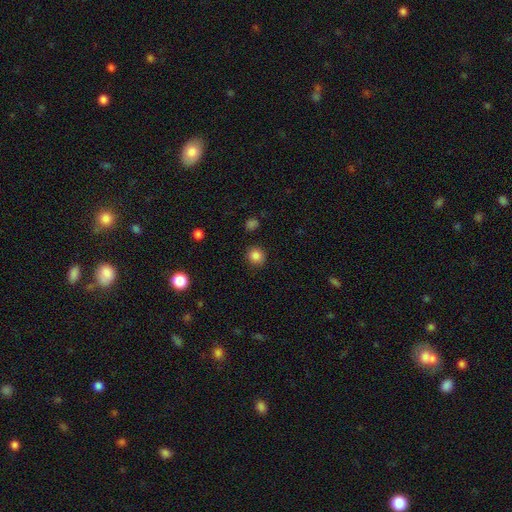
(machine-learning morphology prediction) A smooth galaxy with no disk features (85%) that is round (87%).

Vote fractions:
- Smooth or featured? smooth: 85% / star or artifact: 11% / featured or disk: 4%
- How rounded? round: 87% / in between: 12% / cigar-shaped: 1%
- Merging? none: 88% / minor disturbance: 8% / major disturbance: 2% / merger: 2%